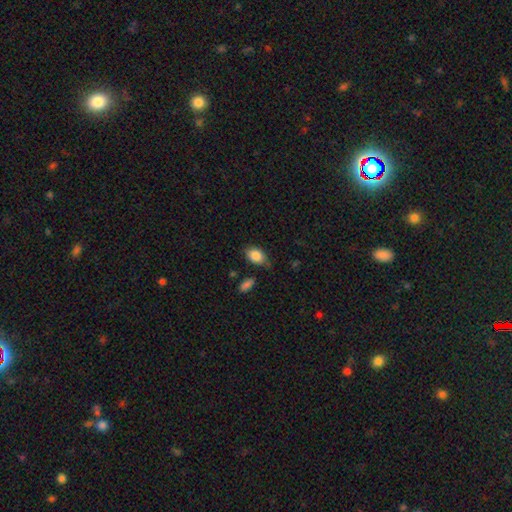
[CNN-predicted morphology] Smooth or featured? smooth (86%)
How rounded? in between (86%)
Merging? none (72%)